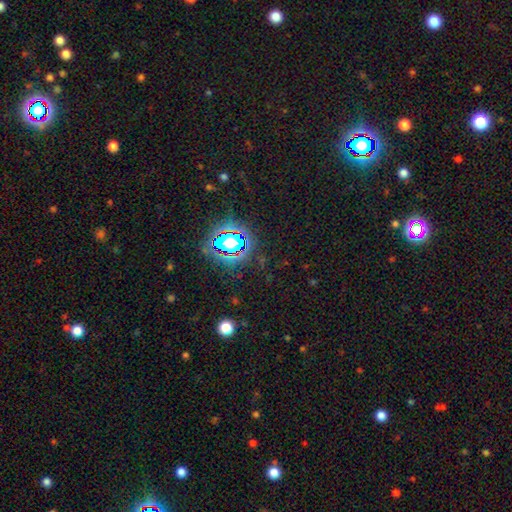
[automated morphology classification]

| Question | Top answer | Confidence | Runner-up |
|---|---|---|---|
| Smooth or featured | star or artifact | 81% | smooth (12%) |